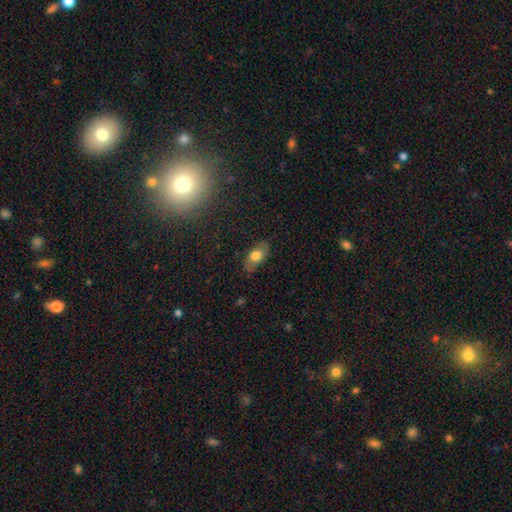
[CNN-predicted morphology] Smooth or featured?
  - smooth: 68% *
  - featured or disk: 24%
  - star or artifact: 8%
How rounded?
  - in between: 87% *
  - round: 7%
  - cigar-shaped: 6%
Merging?
  - none: 78% *
  - minor disturbance: 17%
  - major disturbance: 4%
  - merger: 1%